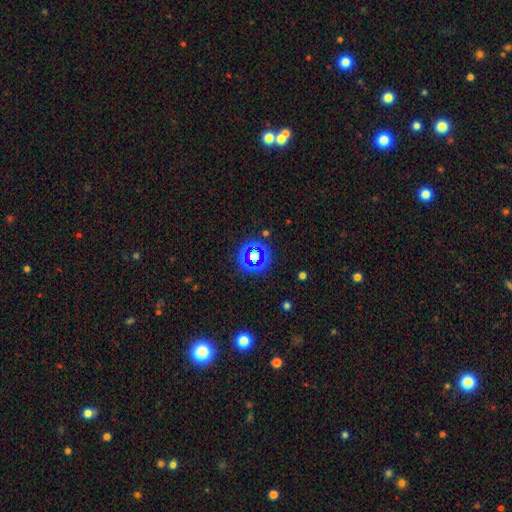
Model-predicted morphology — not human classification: Q: Smooth or featured?
A: star or artifact (56%); runner-up: smooth (31%)